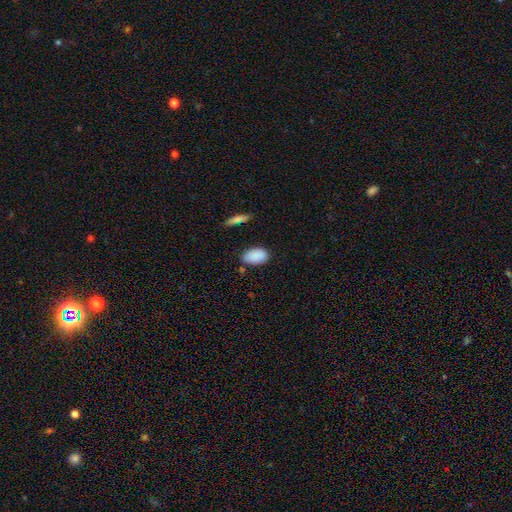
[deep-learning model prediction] This appears to be a smooth galaxy with no disk features (89%) that is in between round and cigar-shaped (93%). Merging: none (75%).